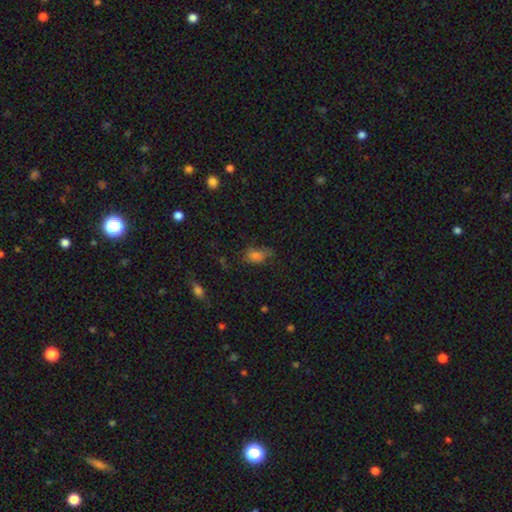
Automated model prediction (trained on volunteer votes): smooth 74%, star or artifact 16%, featured or disk 10%. Down the decision tree: how rounded — in between (80%); merging — none (51%).